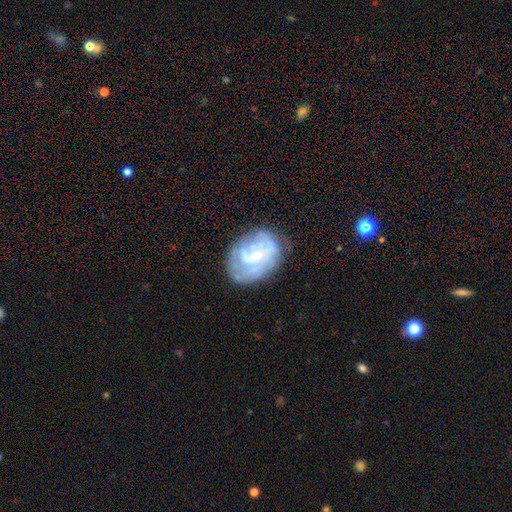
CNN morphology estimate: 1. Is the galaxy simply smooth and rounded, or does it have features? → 64% featured or disk, 28% smooth, 8% star or artifact.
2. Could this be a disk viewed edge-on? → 97% no, 3% yes.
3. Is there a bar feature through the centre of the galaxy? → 51% no, 39% weak, 9% strong.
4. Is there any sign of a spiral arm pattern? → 66% yes, 34% no.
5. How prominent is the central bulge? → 66% small, 24% moderate, 7% none, 2% large, 1% dominant.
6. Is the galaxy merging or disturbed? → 63% none, 23% minor disturbance, 12% major disturbance, 2% merger.